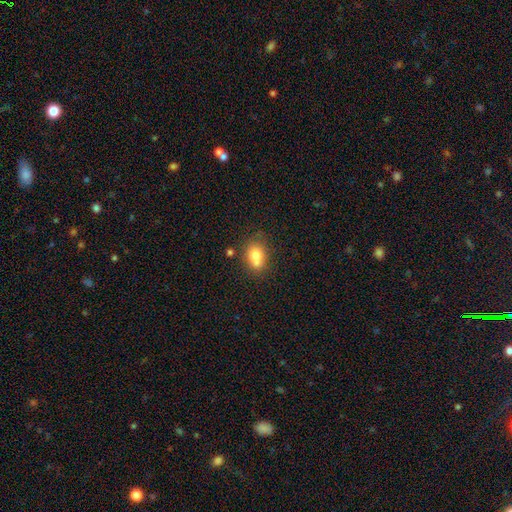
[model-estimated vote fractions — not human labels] Smooth or featured: smooth — 75% (featured or disk — 15%)
How rounded: in between — 61% (round — 37%)
Merging: none — 51% (merger — 26%)